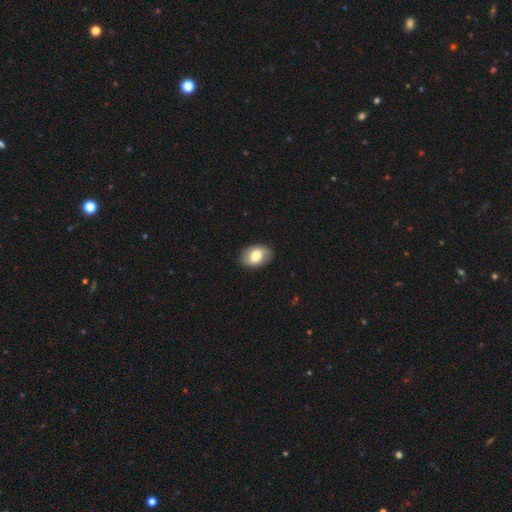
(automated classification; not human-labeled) The model was most divided on "smooth or featured": smooth: 58%, featured or disk: 35%, star or artifact: 7%. More confident: merging — none (85%); how rounded — in between (83%).